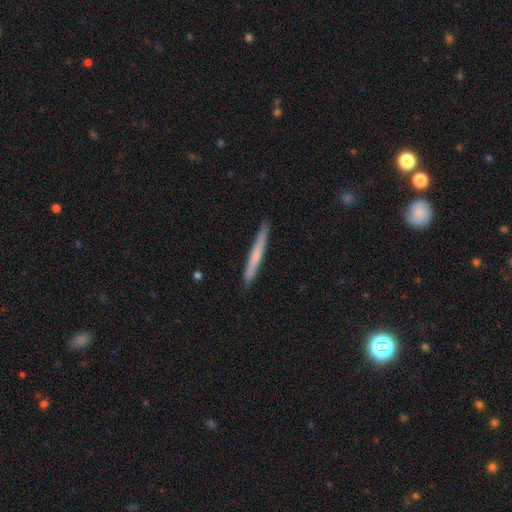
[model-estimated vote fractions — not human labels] Morphology: type=smooth (57%); roundness=cigar-shaped (97%); merging=none (90%).